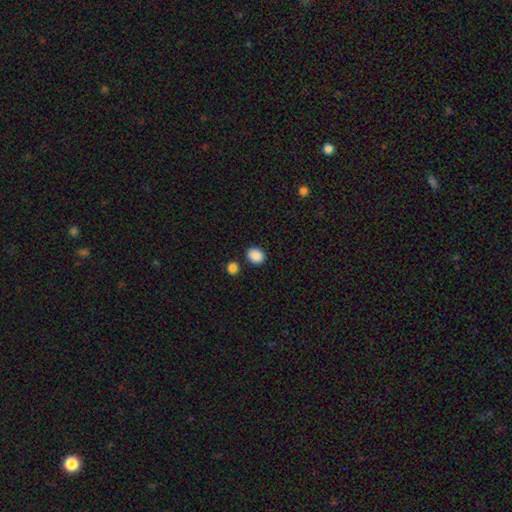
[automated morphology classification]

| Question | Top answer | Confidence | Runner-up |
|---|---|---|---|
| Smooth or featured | smooth | 88% | star or artifact (9%) |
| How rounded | round | 58% | in between (41%) |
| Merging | none | 84% | minor disturbance (9%) |